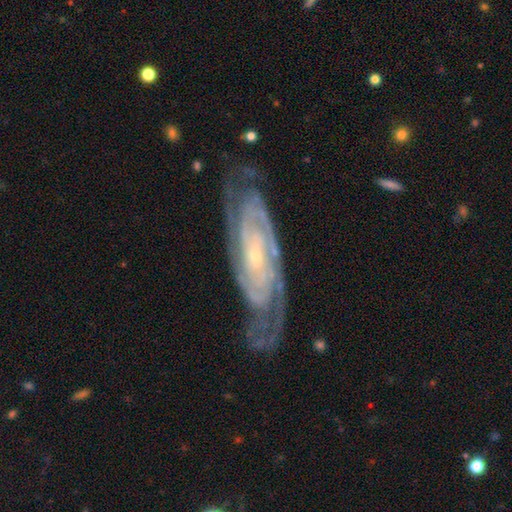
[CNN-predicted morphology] Smooth or featured?
  - featured or disk: 89% *
  - star or artifact: 5%
  - smooth: 5%
Edge-on disk?
  - no: 89% *
  - yes: 11%
Bar?
  - no: 59% *
  - weak: 28%
  - strong: 13%
Spiral arms?
  - yes: 98% *
  - no: 2%
Spiral winding?
  - tight: 76% *
  - medium: 20%
  - loose: 3%
Spiral arm count?
  - 2: 32% *
  - can't tell: 25%
  - 3: 18%
  - 4: 13%
  - more than 4: 7%
  - 1: 6%
Bulge size?
  - small: 76% *
  - moderate: 20%
  - none: 2%
  - large: 1%
  - dominant: 1%
Merging?
  - none: 75% *
  - minor disturbance: 17%
  - major disturbance: 6%
  - merger: 2%